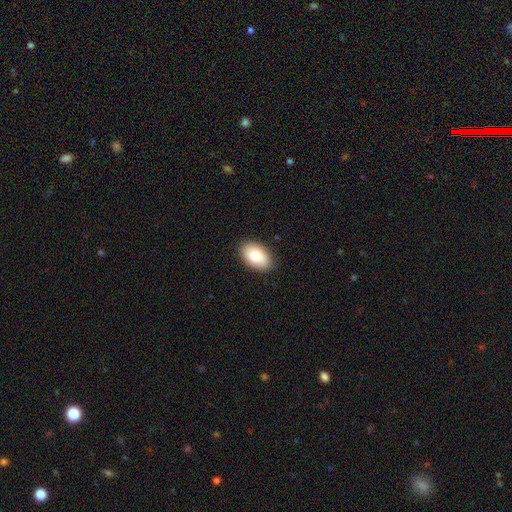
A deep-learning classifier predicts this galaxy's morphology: This appears to be a smooth galaxy with no disk features (77%) that is in between round and cigar-shaped (91%). Merging: none (88%).